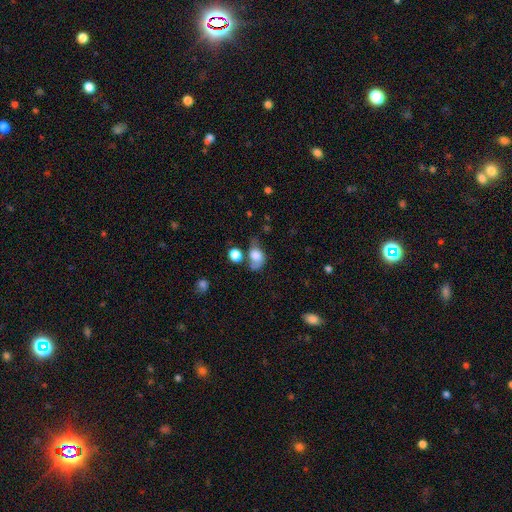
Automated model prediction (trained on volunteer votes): This is likely a smooth galaxy (67%). How rounded: likely in between (62%). Merging: marginally none (34%).